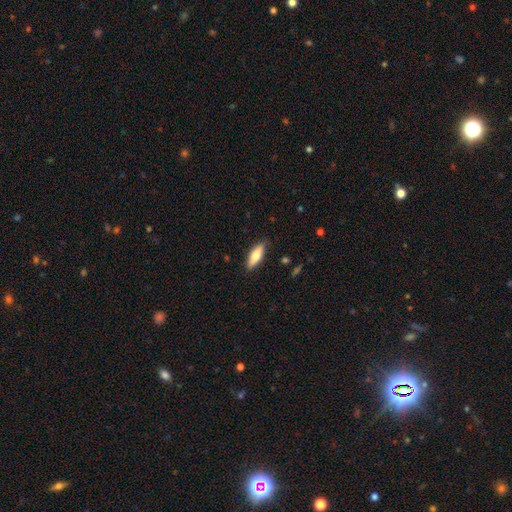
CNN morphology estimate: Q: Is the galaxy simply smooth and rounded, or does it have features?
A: smooth — 74%.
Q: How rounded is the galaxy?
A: in between — 58%.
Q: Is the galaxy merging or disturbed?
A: none — 86%.